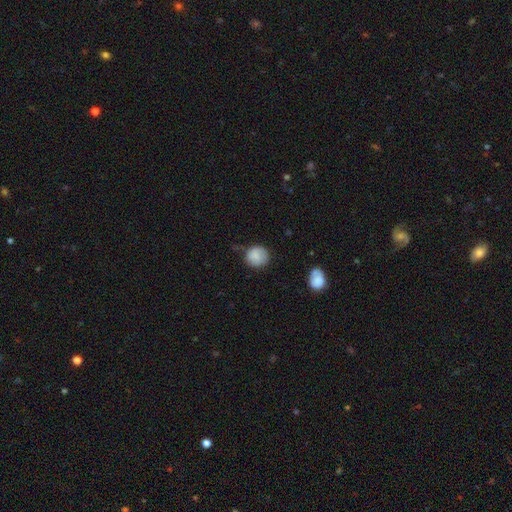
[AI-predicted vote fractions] Smooth or featured? Predicted: smooth (p=0.84). How rounded? Predicted: round (p=0.84). Merging? Predicted: none (p=0.70).